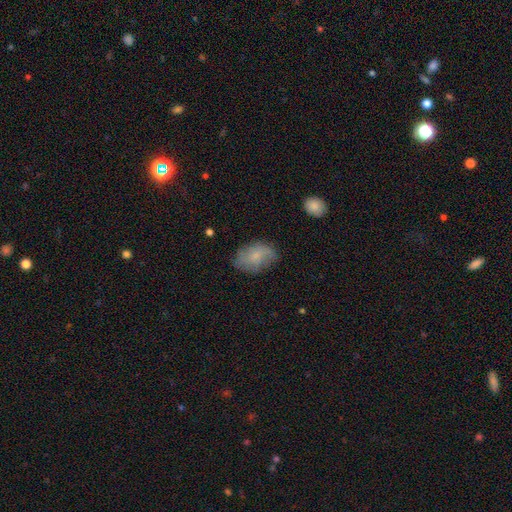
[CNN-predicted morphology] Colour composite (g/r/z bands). It shows a smooth galaxy with no disk features (62%) that is in between round and cigar-shaped (87%). Merging: none (66%).